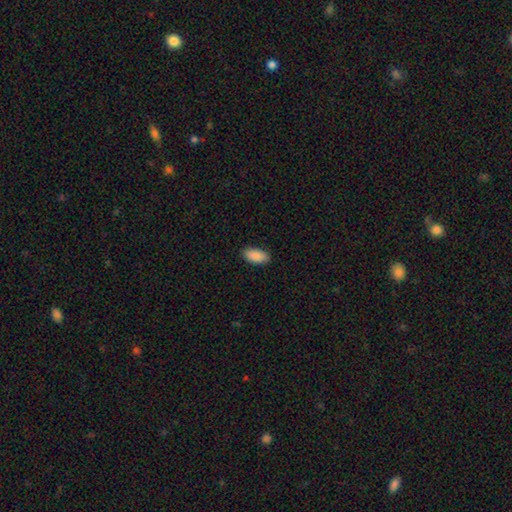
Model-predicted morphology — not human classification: type=smooth (91%); roundness=in between (93%); merging=none (89%).